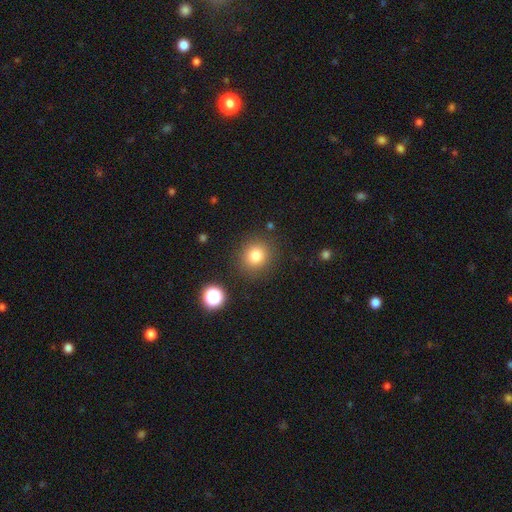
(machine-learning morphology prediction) A smooth galaxy with no disk features (81%) that is round (89%).

Vote fractions:
- Smooth or featured? smooth: 81% / star or artifact: 12% / featured or disk: 7%
- How rounded? round: 89% / in between: 11% / cigar-shaped: 1%
- Merging? none: 87% / minor disturbance: 8% / major disturbance: 3% / merger: 2%